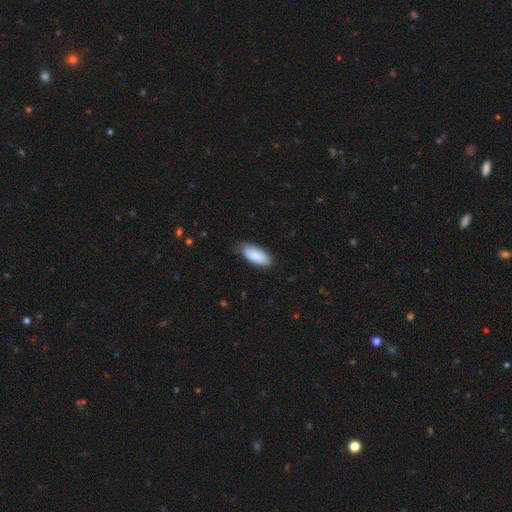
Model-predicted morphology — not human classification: Smooth or featured? smooth (87%)
How rounded? in between (85%)
Merging? none (83%)